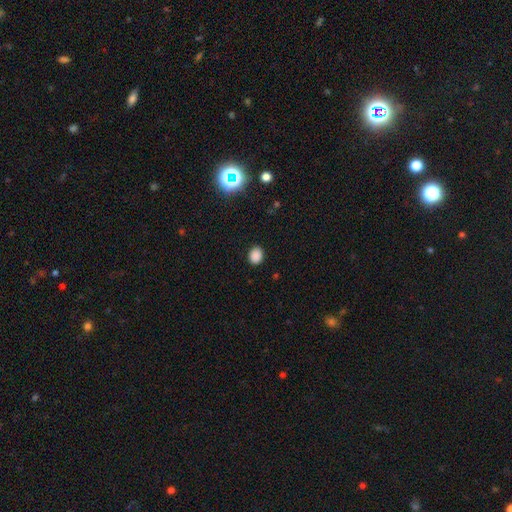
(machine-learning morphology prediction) A smooth galaxy with no disk features (86%) that is in between round and cigar-shaped (52%).

Vote fractions:
- Smooth or featured? smooth: 86% / star or artifact: 12% / featured or disk: 3%
- How rounded? in between: 52% / round: 47% / cigar-shaped: 1%
- Merging? none: 89% / minor disturbance: 8% / major disturbance: 2% / merger: 1%